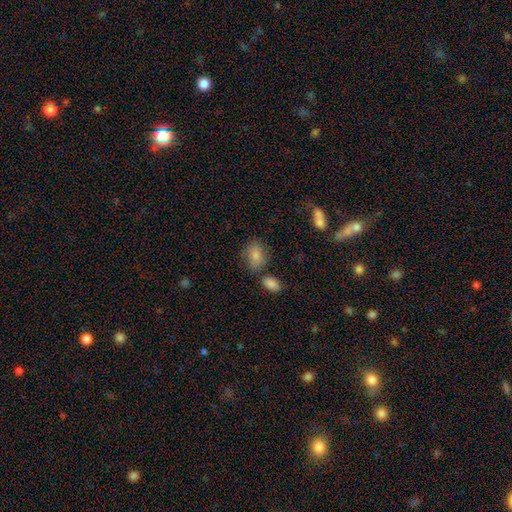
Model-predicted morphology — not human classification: smooth 83%, star or artifact 9%, featured or disk 8%. Down the decision tree: how rounded — in between (77%); merging — none (61%).